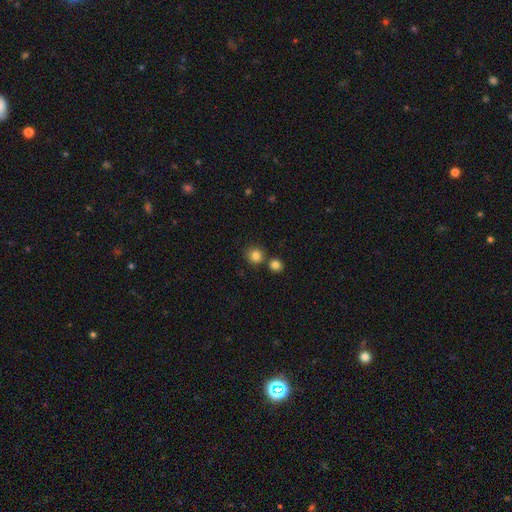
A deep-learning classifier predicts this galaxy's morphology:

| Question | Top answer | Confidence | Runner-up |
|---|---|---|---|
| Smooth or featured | smooth | 83% | star or artifact (12%) |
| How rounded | round | 91% | in between (8%) |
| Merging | none | 73% | merger (17%) |